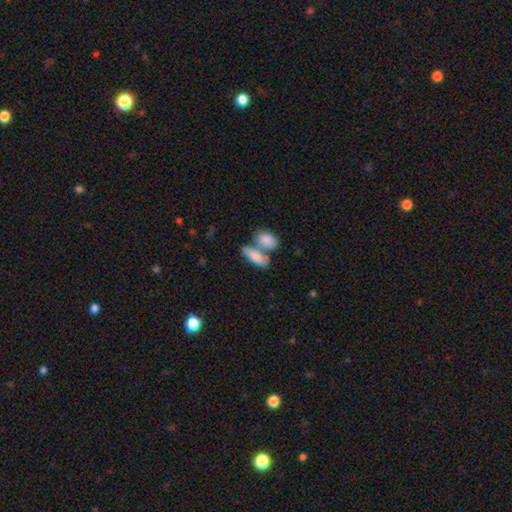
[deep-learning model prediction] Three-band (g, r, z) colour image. It shows a smooth galaxy with no disk features (81%) that is in between round and cigar-shaped (80%). Merging: merger (49%).